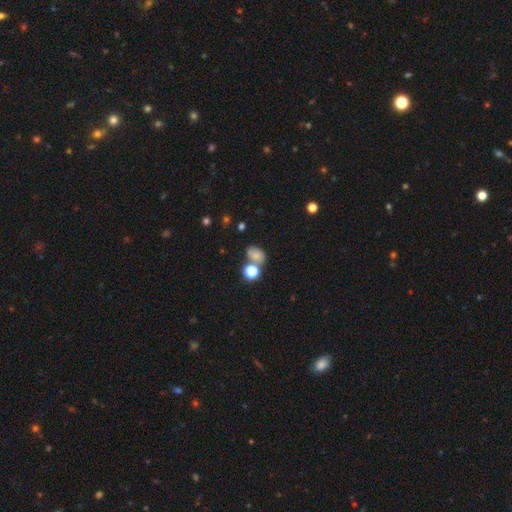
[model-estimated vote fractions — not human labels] Smooth or featured? Predicted: smooth (p=0.68). How rounded? Predicted: in between (p=0.65). Merging? Predicted: none (p=0.45).